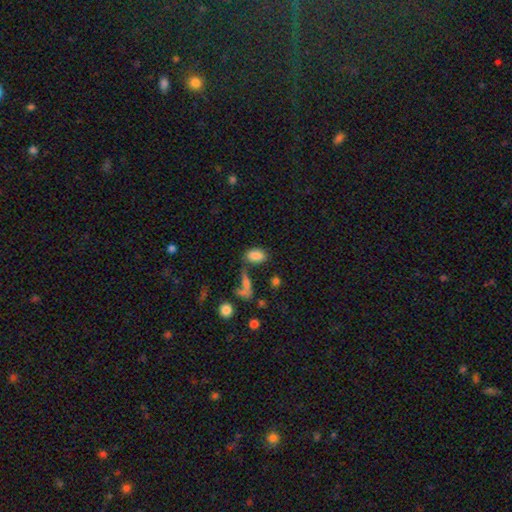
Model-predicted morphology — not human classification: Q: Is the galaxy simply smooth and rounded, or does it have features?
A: smooth — 82%.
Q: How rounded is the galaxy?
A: in between — 91%.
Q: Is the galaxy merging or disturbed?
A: none — 61%.